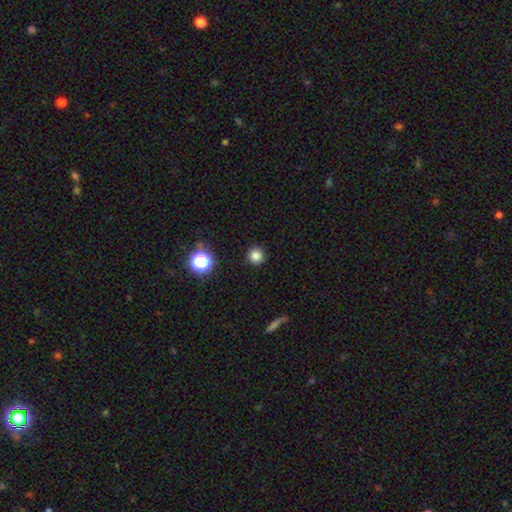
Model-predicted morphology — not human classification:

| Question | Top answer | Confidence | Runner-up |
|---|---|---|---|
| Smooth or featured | smooth | 82% | star or artifact (14%) |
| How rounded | round | 95% | in between (4%) |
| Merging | none | 92% | minor disturbance (5%) |